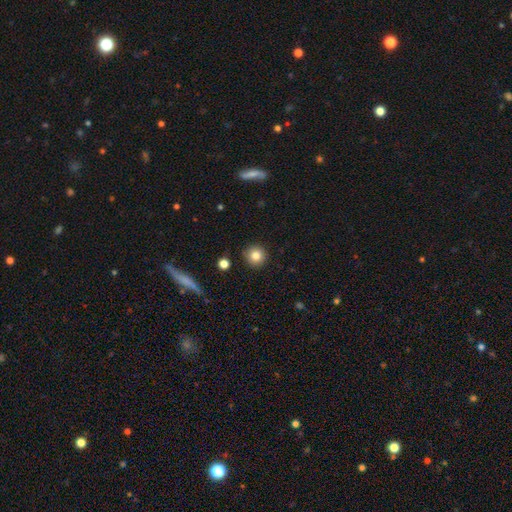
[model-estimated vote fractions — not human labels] A smooth galaxy with no disk features (82%) that is round (95%).

Vote fractions:
- Smooth or featured? smooth: 82% / star or artifact: 11% / featured or disk: 8%
- How rounded? round: 95% / in between: 4% / cigar-shaped: 1%
- Merging? none: 91% / minor disturbance: 6% / major disturbance: 2% / merger: 2%